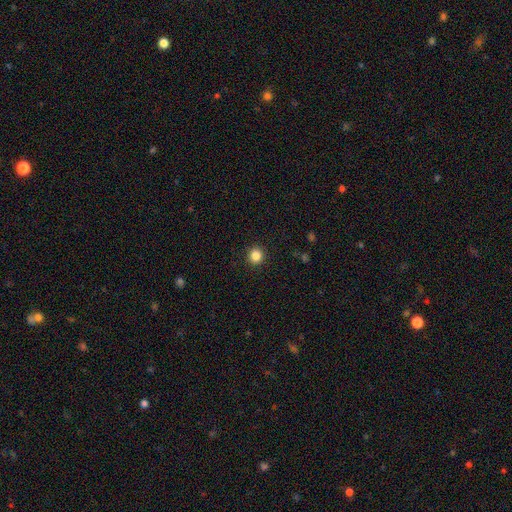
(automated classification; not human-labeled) Overall: smooth (85%). How rounded: round (93%). Merging: none (93%).